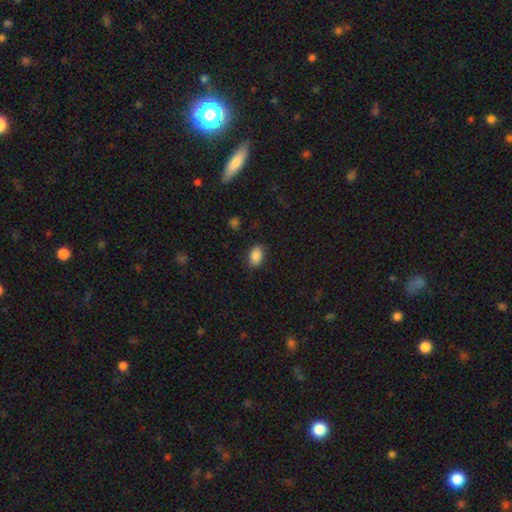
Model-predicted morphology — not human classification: This is clearly a smooth galaxy (87%). How rounded: clearly in between (88%). Merging: clearly none (84%).